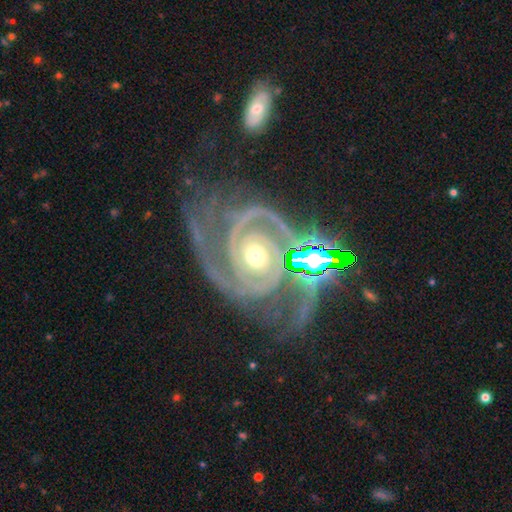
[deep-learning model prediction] The model was most divided on "spiral winding": tight: 53%, medium: 37%, loose: 10%. More confident: spiral arms — yes (98%); edge-on disk — no (97%); smooth or featured — featured or disk (92%); spiral arm count — 2 (72%); bar — no (70%); bulge size — moderate (68%); merging — none (55%).